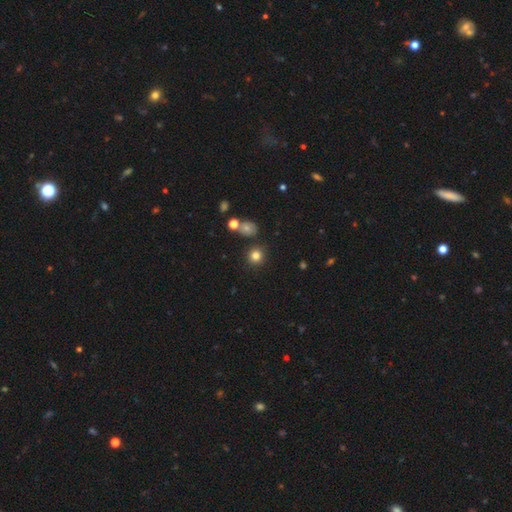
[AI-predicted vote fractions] Morphology: type=smooth (80%); roundness=round (90%); merging=none (83%).